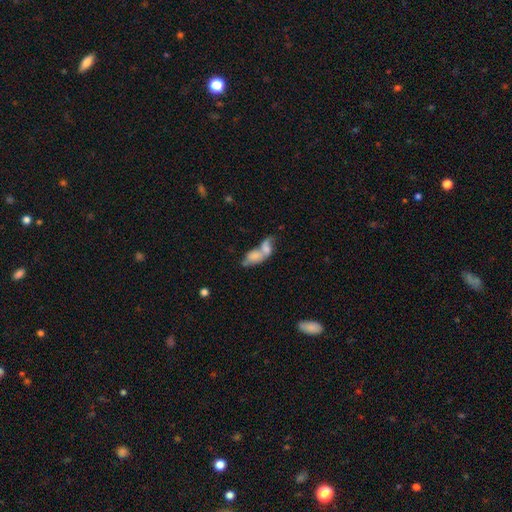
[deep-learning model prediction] Smooth or featured?
  - smooth: 62% *
  - featured or disk: 29%
  - star or artifact: 10%
How rounded?
  - in between: 81% *
  - round: 10%
  - cigar-shaped: 9%
Merging?
  - merger: 73% *
  - none: 12%
  - major disturbance: 8%
  - minor disturbance: 6%